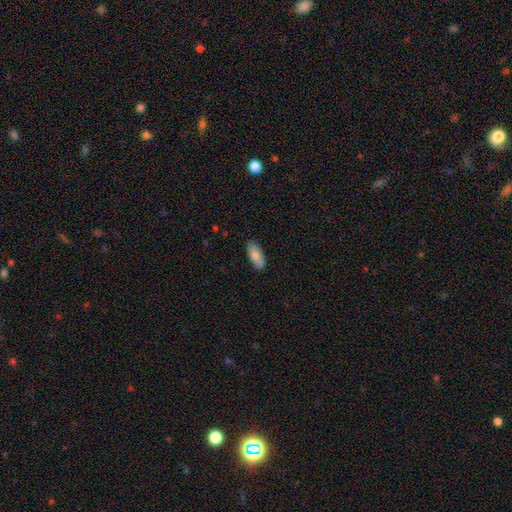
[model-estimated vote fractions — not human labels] smooth-or-featured: smooth: 83% | featured or disk: 11% | star or artifact: 6%
  how-rounded: in between: 87% | cigar-shaped: 11% | round: 2%
  merging: none: 86% | minor disturbance: 11% | major disturbance: 2% | merger: 1%